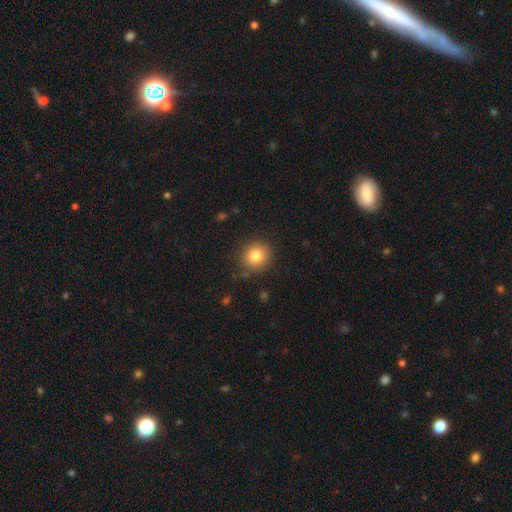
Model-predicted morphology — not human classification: This appears to be a smooth galaxy with no disk features (82%) that is round (86%). Merging: none (86%).